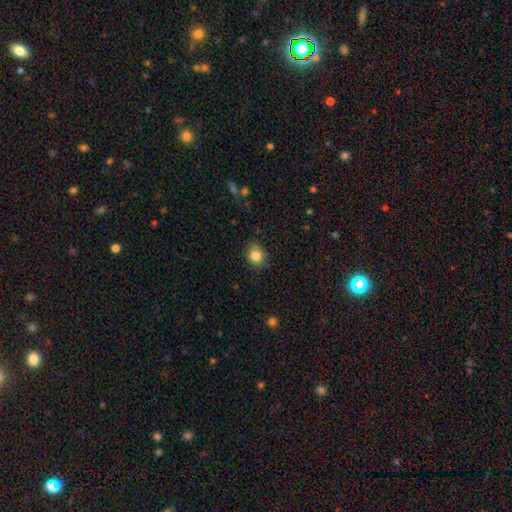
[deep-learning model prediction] smooth 85%, star or artifact 10%, featured or disk 5%. Down the decision tree: how rounded — round (66%); merging — none (81%).